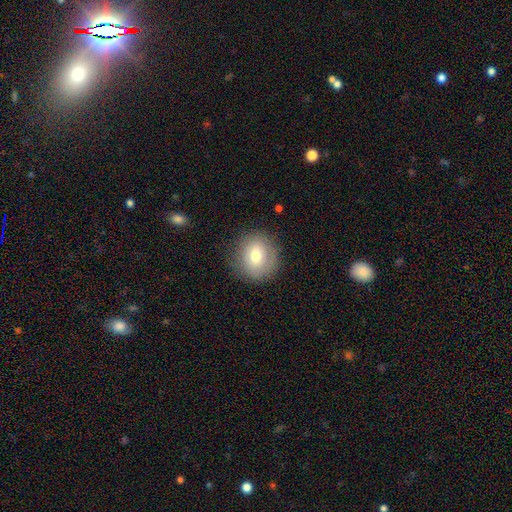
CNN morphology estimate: This is likely a smooth galaxy (68%). How rounded: clearly round (85%). Merging: clearly none (83%).